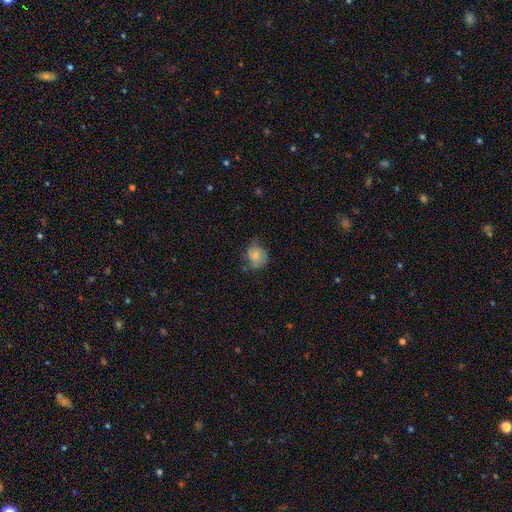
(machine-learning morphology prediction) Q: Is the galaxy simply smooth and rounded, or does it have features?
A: smooth — 78%.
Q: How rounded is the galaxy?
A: round — 70%.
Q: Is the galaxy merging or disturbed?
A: none — 55%.